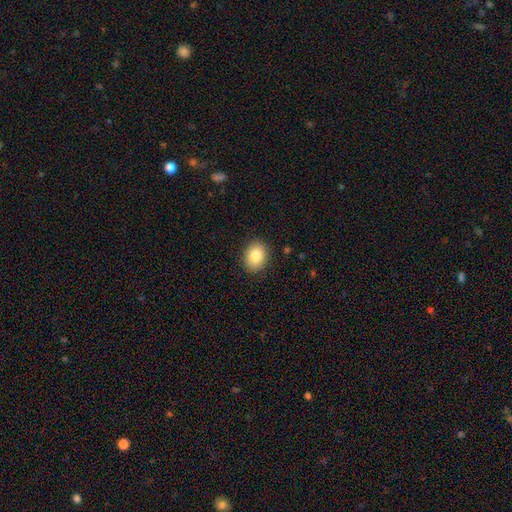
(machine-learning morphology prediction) smooth_or_featured: smooth (p=0.84) [alt: star or artifact p=0.08]
how_rounded: in between (p=0.51) [alt: round p=0.48]
merging: none (p=0.89) [alt: minor disturbance p=0.08]